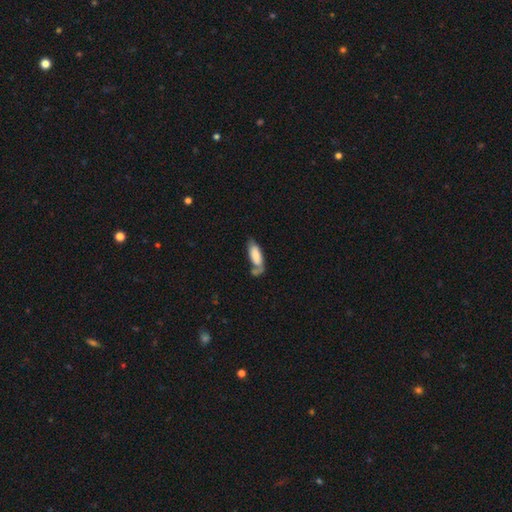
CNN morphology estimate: smooth_or_featured: smooth (p=0.71) [alt: featured or disk p=0.23]
how_rounded: in between (p=0.74) [alt: cigar-shaped p=0.24]
merging: none (p=0.39) [alt: minor disturbance p=0.22]